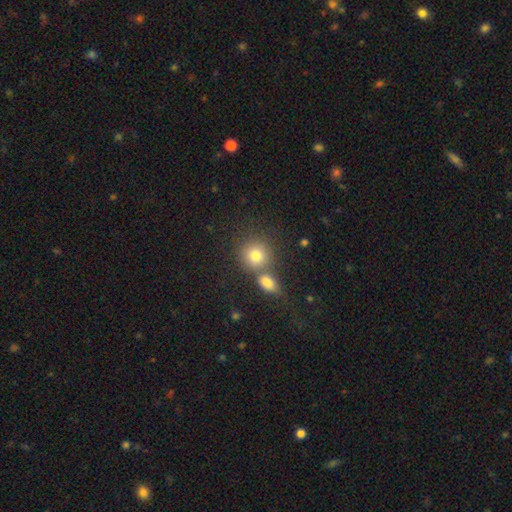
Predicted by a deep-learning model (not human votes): smooth-or-featured: smooth: 78% | star or artifact: 11% | featured or disk: 10%
  how-rounded: round: 84% | in between: 14% | cigar-shaped: 1%
  merging: none: 54% | merger: 34% | minor disturbance: 9% | major disturbance: 4%